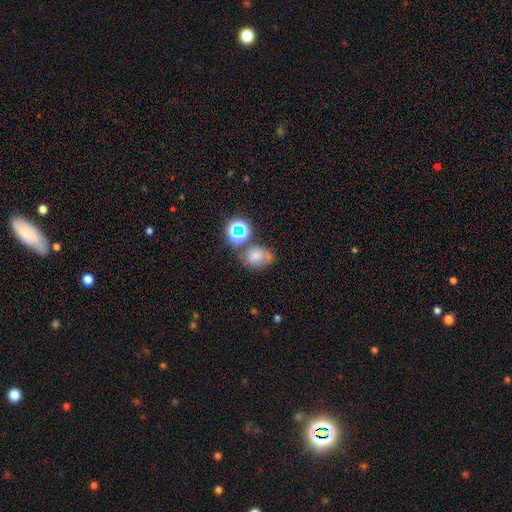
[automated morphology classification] Q: Smooth or featured?
A: smooth (62%); runner-up: star or artifact (22%)
Q: How rounded?
A: in between (57%); runner-up: round (41%)
Q: Merging?
A: none (50%); runner-up: merger (21%)